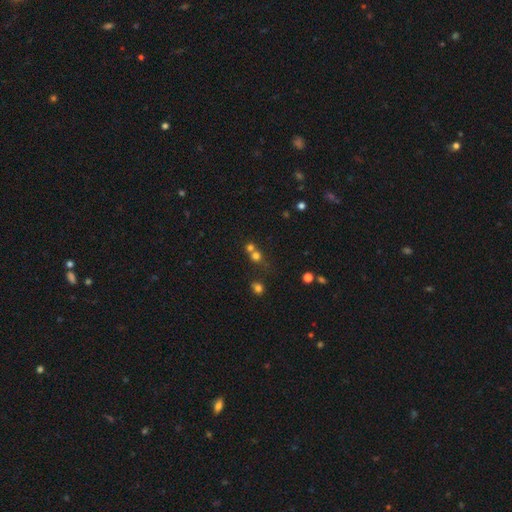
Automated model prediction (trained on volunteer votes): Overall: smooth (67%). How rounded: round (85%). Merging: merger (45%; none 44%).